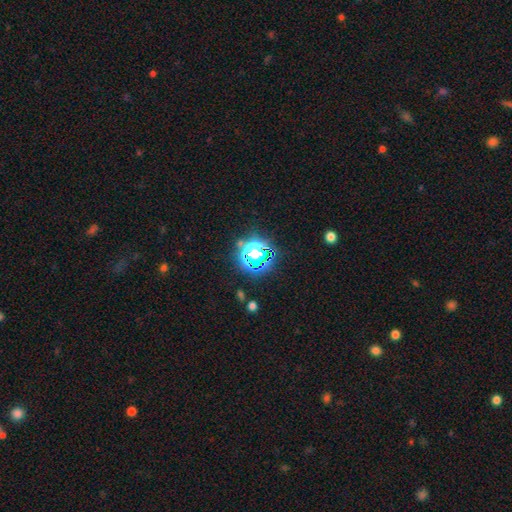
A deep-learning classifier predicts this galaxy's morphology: Smooth or featured?
  - star or artifact: 75% *
  - smooth: 17%
  - featured or disk: 8%